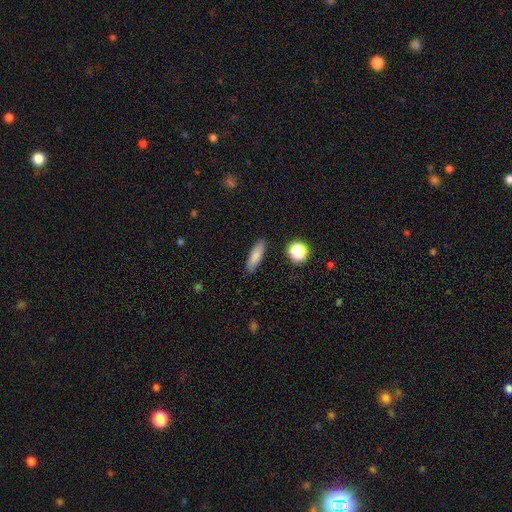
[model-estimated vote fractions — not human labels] smooth 82%, featured or disk 9%, star or artifact 9%. Down the decision tree: how rounded — cigar-shaped (56%); merging — none (87%).